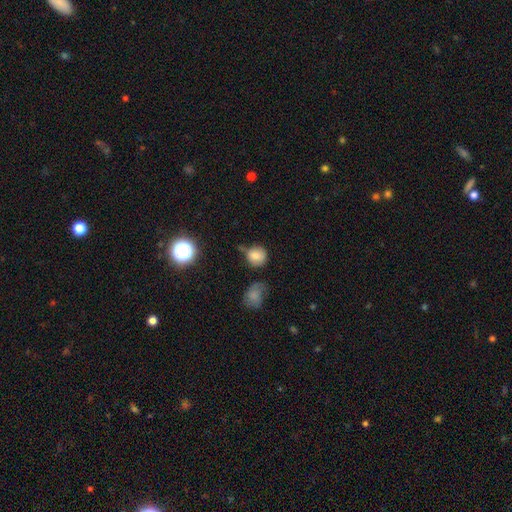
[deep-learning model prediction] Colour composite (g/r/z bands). It shows a smooth galaxy with no disk features (78%) that is round (80%). Merging: none (57%).